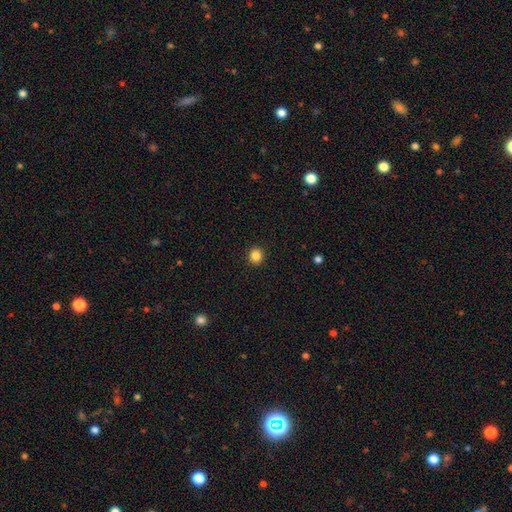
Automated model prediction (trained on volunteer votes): smooth-or-featured: smooth: 85% | star or artifact: 11% | featured or disk: 4%
  how-rounded: round: 88% | in between: 11% | cigar-shaped: 1%
  merging: none: 93% | minor disturbance: 5% | major disturbance: 2% | merger: 1%